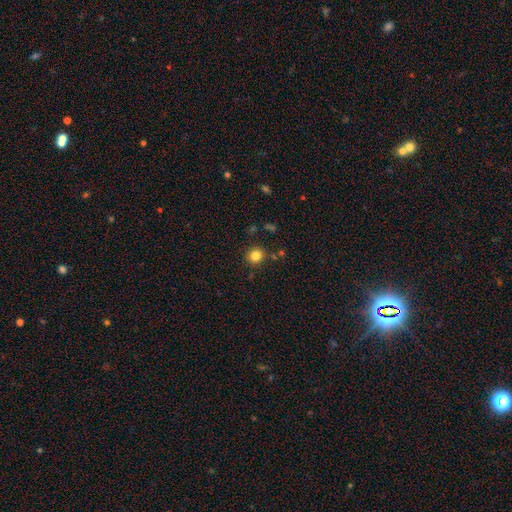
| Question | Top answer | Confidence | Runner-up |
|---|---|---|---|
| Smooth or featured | smooth | 87% | star or artifact (8%) |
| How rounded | round | 91% | in between (9%) |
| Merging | none | 89% | major disturbance (6%) |